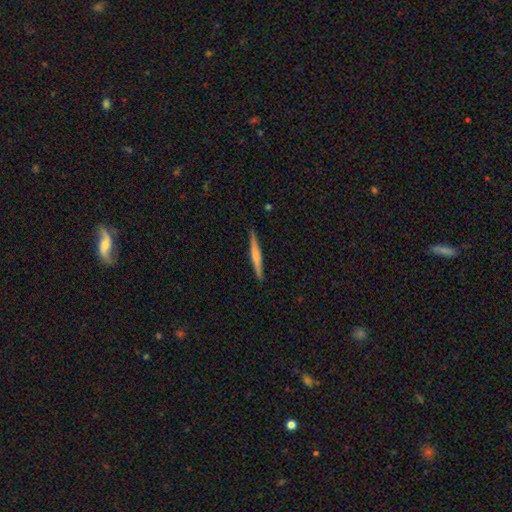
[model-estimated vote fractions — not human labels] This is possibly a smooth galaxy (48%). Merging: clearly none (90%).